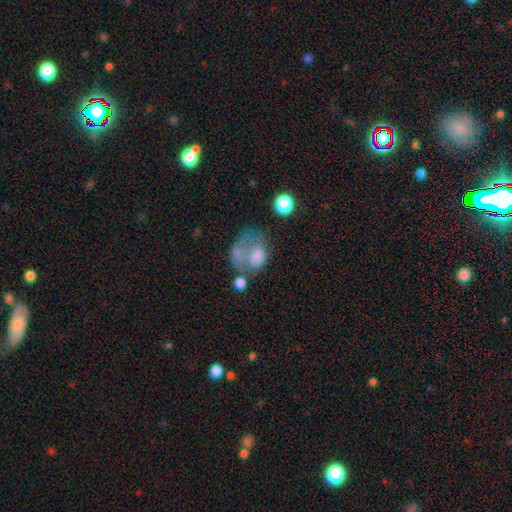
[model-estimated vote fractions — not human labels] smooth 53%, featured or disk 34%, star or artifact 14%. Down the decision tree: how rounded — in between (60%); merging — major disturbance (35%).